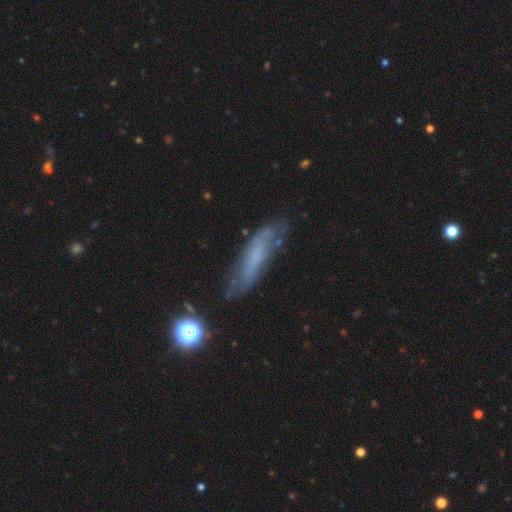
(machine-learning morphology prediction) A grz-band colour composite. It shows a featured or disk galaxy (48%). Merging: none (65%).